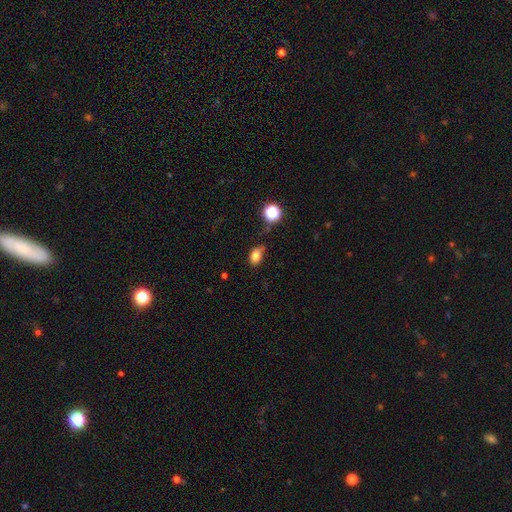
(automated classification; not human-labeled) A smooth galaxy with no disk features (80%) that is in between round and cigar-shaped (79%). Merging: none (54%).